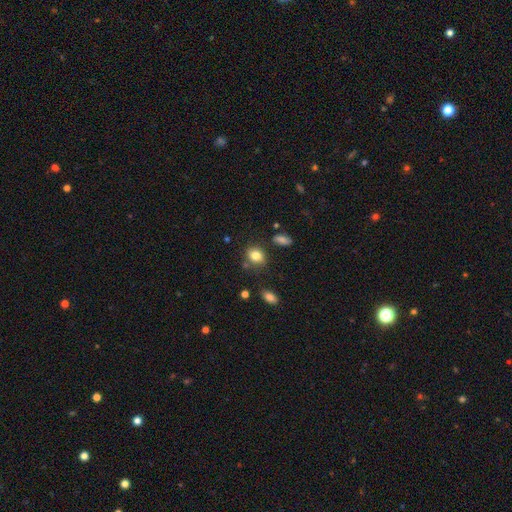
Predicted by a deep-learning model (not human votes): Smooth or featured: smooth — 82% (star or artifact — 10%)
How rounded: round — 55% (in between — 44%)
Merging: none — 76% (minor disturbance — 15%)